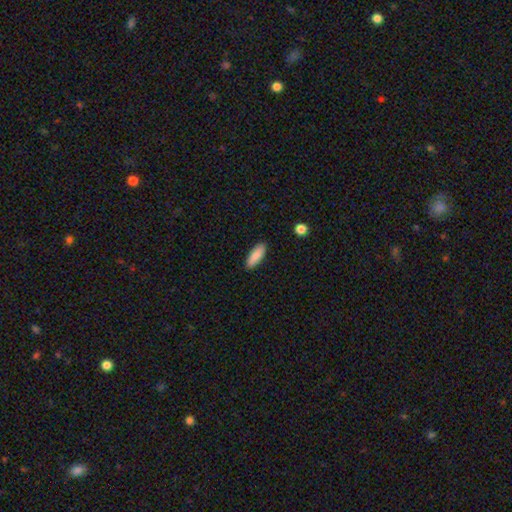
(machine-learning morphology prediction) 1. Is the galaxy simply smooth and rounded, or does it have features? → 88% smooth, 6% star or artifact, 6% featured or disk.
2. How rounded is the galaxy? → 60% in between, 38% cigar-shaped, 2% round.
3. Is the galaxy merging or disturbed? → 88% none, 9% minor disturbance, 2% major disturbance, 1% merger.